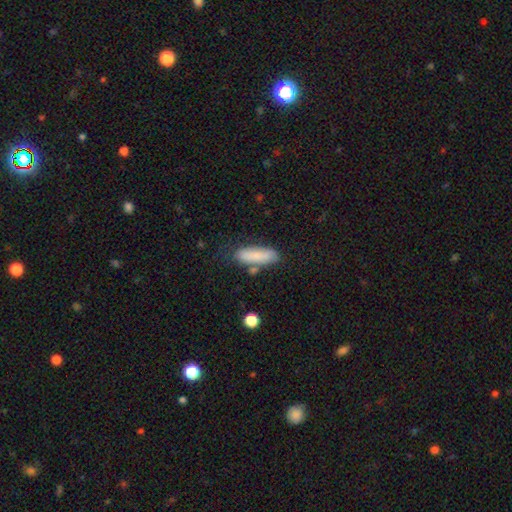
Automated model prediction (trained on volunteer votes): This appears to be a smooth galaxy with no disk features (83%) that is cigar-shaped (54%). Merging: none (69%).